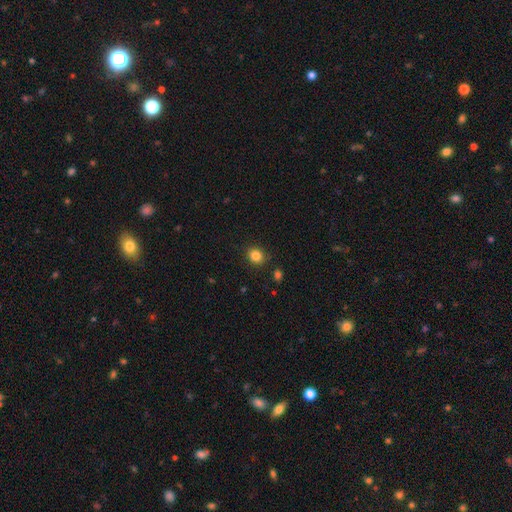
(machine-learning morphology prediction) Smooth or featured? Predicted: smooth (p=0.84). How rounded? Predicted: round (p=0.72). Merging? Predicted: none (p=0.86).